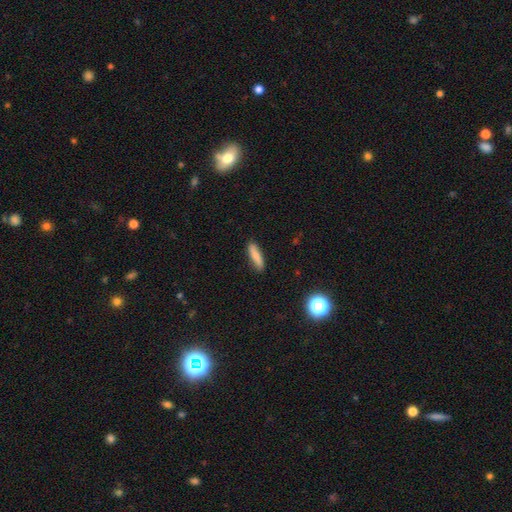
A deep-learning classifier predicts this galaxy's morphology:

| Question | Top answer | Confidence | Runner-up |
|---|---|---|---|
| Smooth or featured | smooth | 83% | featured or disk (9%) |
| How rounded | cigar-shaped | 76% | in between (22%) |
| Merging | none | 87% | minor disturbance (9%) |